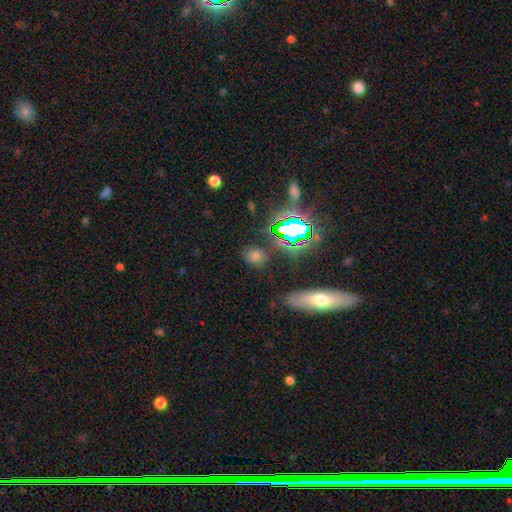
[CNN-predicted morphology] smooth_or_featured: smooth (p=0.52) [alt: star or artifact p=0.37]
how_rounded: round (p=0.54) [alt: in between p=0.40]
merging: none (p=0.81) [alt: minor disturbance p=0.11]